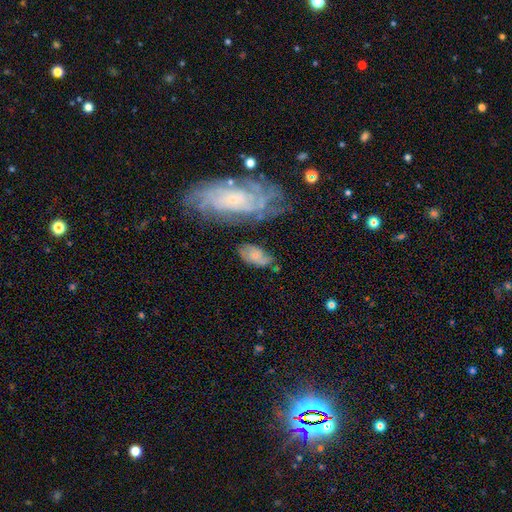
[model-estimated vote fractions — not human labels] Smooth or featured? smooth (47%)
Merging? none (52%)